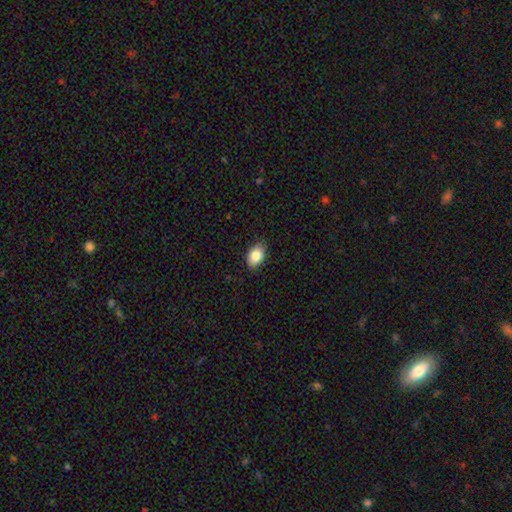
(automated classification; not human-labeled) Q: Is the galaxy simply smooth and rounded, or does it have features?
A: smooth — 85%.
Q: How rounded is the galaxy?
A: in between — 85%.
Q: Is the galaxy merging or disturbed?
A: none — 85%.